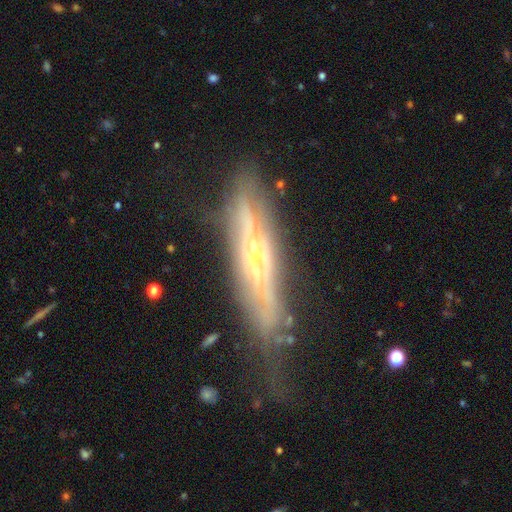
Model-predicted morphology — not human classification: This is likely a featured or disk galaxy (75%). It is likely viewed edge-on (77%). Edge-on bulge: possibly rounded (51%). Merging: likely none (61%).